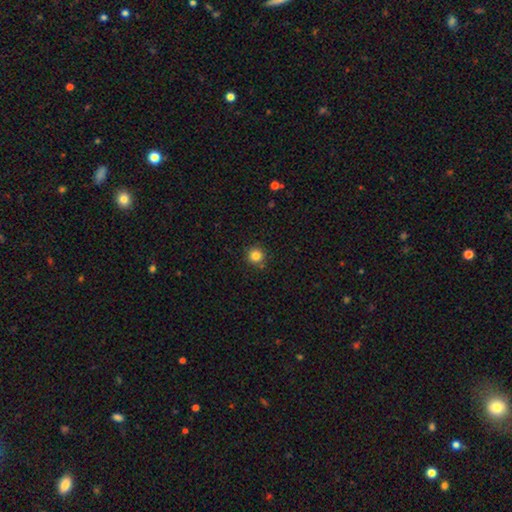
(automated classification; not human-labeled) Smooth or featured? smooth (83%)
How rounded? round (95%)
Merging? none (87%)